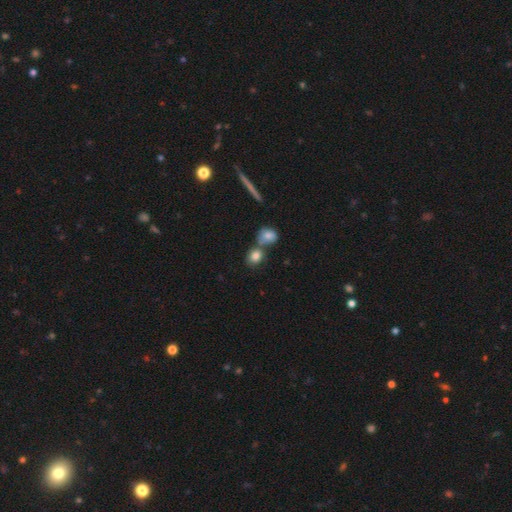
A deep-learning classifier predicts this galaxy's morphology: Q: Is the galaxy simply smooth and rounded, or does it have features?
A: smooth — 81%.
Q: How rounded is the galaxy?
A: round — 56%.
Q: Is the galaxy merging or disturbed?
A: none — 51%.